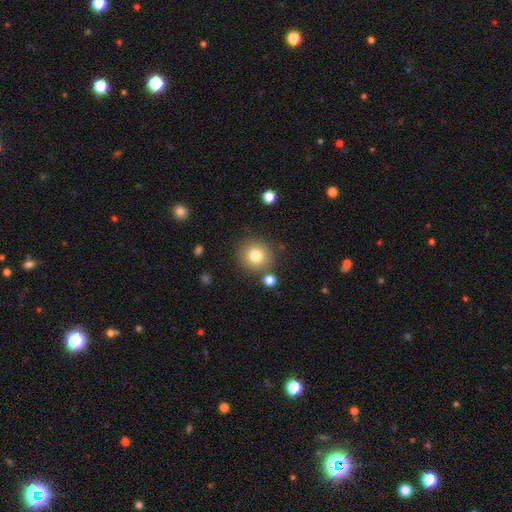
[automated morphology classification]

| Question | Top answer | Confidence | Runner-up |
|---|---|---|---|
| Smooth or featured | smooth | 80% | star or artifact (11%) |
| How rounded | round | 91% | in between (8%) |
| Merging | none | 82% | minor disturbance (9%) |